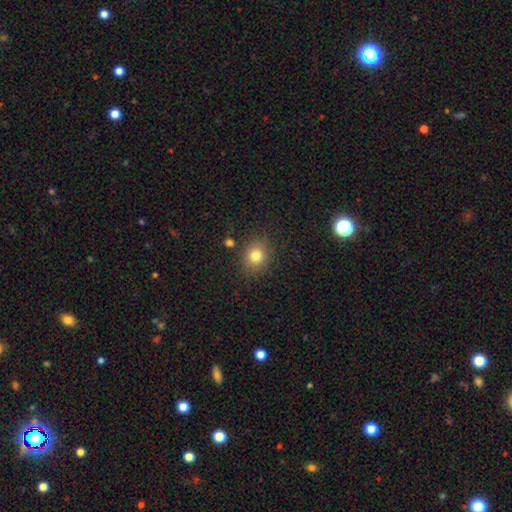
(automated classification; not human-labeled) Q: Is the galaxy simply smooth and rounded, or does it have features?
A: smooth — 79%.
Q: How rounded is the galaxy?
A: round — 70%.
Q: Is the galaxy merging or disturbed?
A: none — 83%.